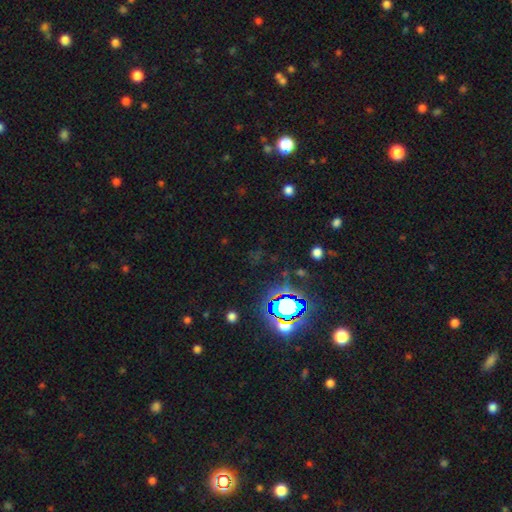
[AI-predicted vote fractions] smooth-or-featured: star or artifact: 74% | smooth: 17% | featured or disk: 9%